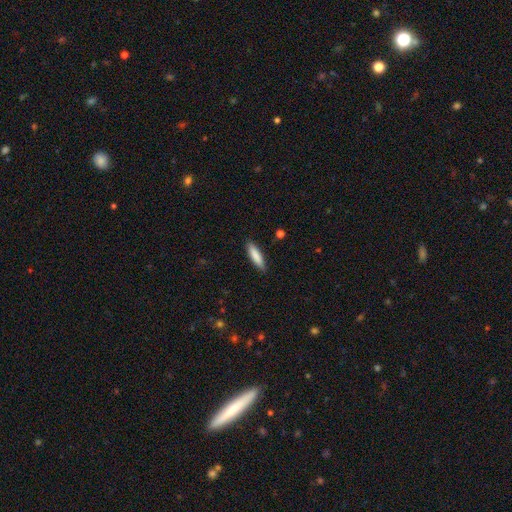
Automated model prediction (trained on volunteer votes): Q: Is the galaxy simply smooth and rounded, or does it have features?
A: smooth — 85%.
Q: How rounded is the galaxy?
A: cigar-shaped — 73%.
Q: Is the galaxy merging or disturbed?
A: none — 88%.